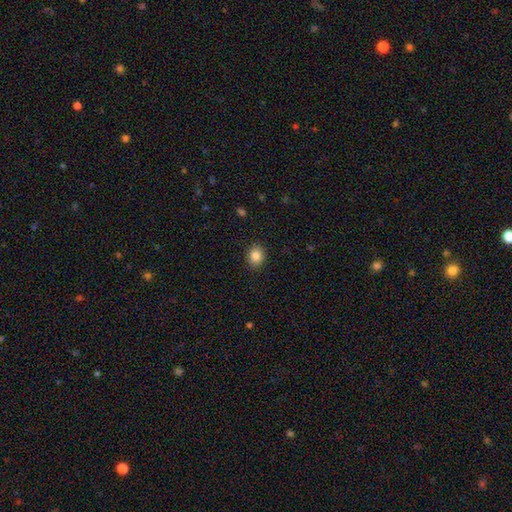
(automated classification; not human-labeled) Smooth or featured: smooth — 86% (star or artifact — 9%)
How rounded: round — 59% (in between — 40%)
Merging: none — 88% (minor disturbance — 8%)